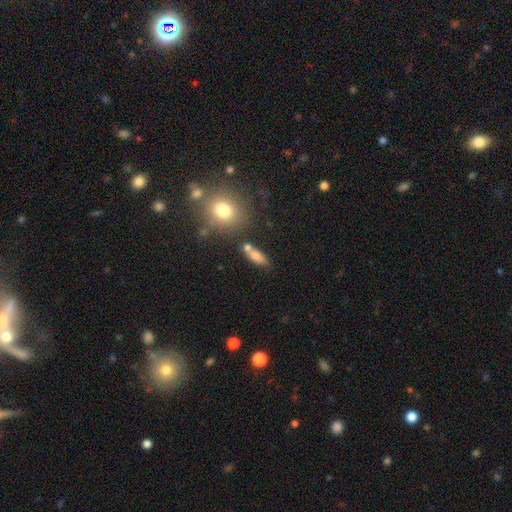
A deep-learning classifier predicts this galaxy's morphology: smooth-or-featured: smooth: 74% | featured or disk: 16% | star or artifact: 10%
  how-rounded: in between: 56% | cigar-shaped: 37% | round: 6%
  merging: none: 63% | merger: 18% | minor disturbance: 14% | major disturbance: 5%